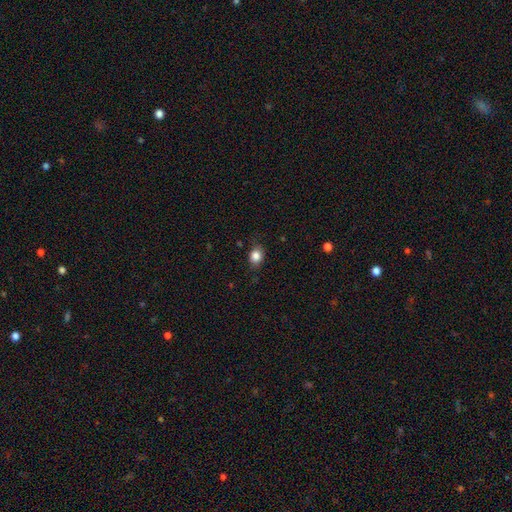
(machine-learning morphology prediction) Smooth or featured? Predicted: smooth (p=0.84). How rounded? Predicted: in between (p=0.55). Merging? Predicted: none (p=0.79).